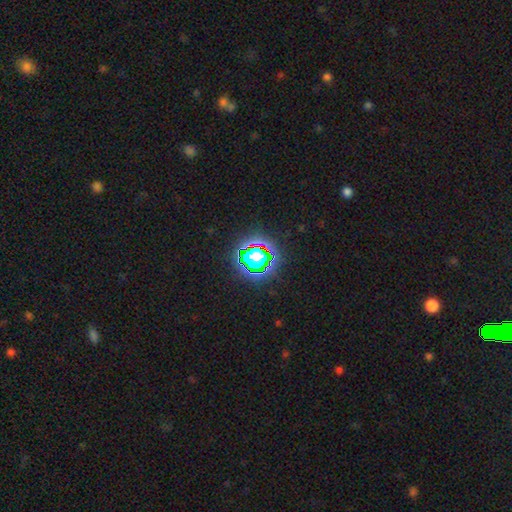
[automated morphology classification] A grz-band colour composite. It shows a star or artifact, not a galaxy (63%).